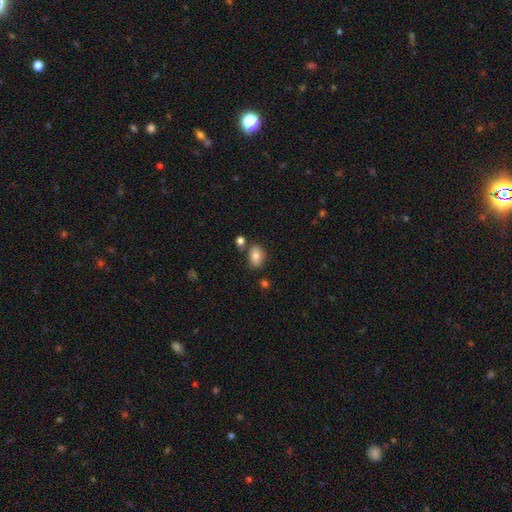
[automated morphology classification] smooth_or_featured: smooth (p=0.80) [alt: featured or disk p=0.11]
how_rounded: in between (p=0.78) [alt: round p=0.21]
merging: none (p=0.72) [alt: minor disturbance p=0.15]